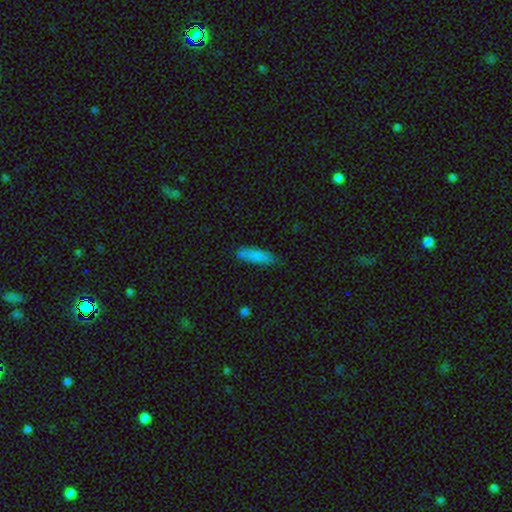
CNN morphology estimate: smooth_or_featured: smooth (p=0.83) [alt: featured or disk p=0.09]
how_rounded: cigar-shaped (p=0.60) [alt: in between p=0.38]
merging: none (p=0.71) [alt: minor disturbance p=0.21]